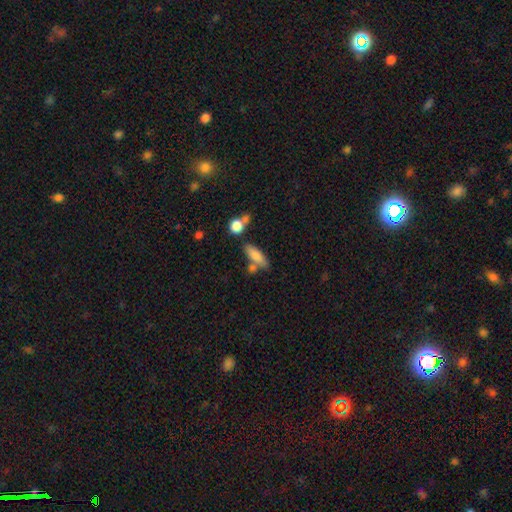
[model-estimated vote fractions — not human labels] This appears to be a smooth galaxy with no disk features (80%) that is in between round and cigar-shaped (56%). Merging: none (60%).